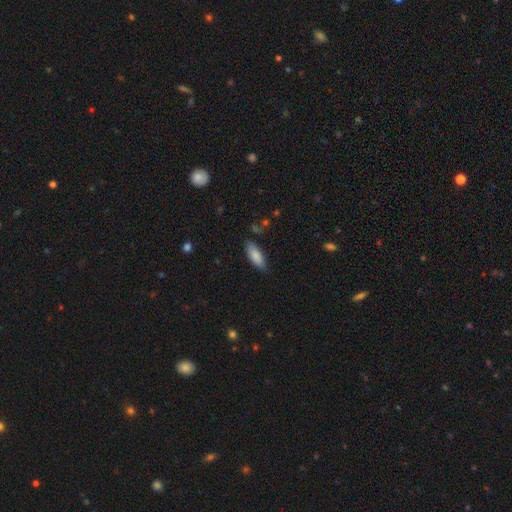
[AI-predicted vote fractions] Smooth or featured? Predicted: smooth (p=0.84). How rounded? Predicted: in between (p=0.75). Merging? Predicted: none (p=0.77).